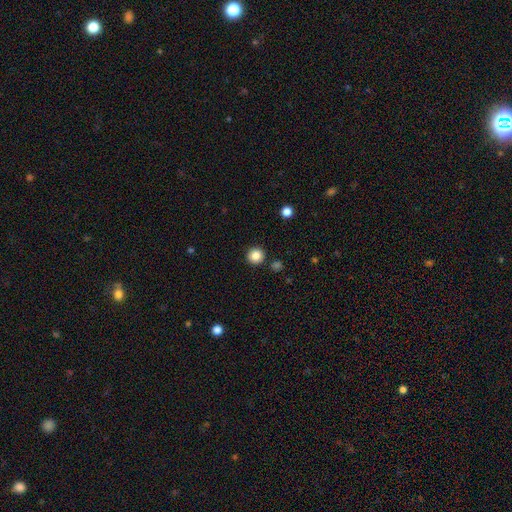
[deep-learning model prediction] smooth 85%, star or artifact 11%, featured or disk 4%. Down the decision tree: how rounded — round (95%); merging — none (90%).